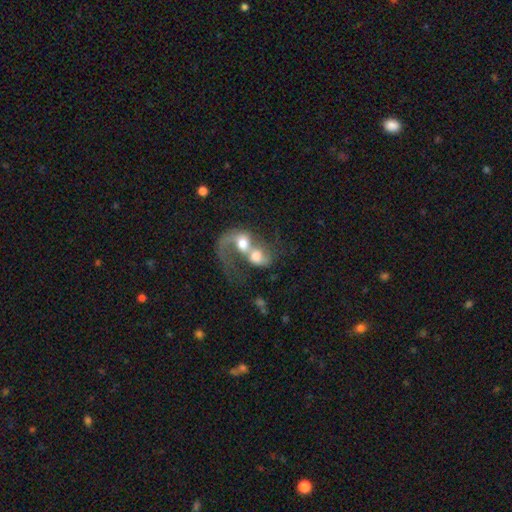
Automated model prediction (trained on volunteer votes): Overall: featured or disk (54%; smooth 38%). Edge-on disk: no (97%). Bar: no (72%). Spiral arms: yes (69%; no 31%). Bulge size: moderate (47%; large 33%). Merging: merger (81%).